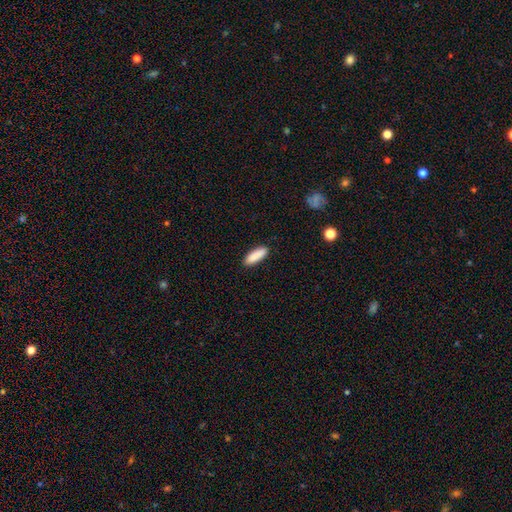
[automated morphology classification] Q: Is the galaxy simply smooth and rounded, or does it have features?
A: smooth — 89%.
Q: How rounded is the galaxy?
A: cigar-shaped — 52%.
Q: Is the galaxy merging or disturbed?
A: none — 89%.